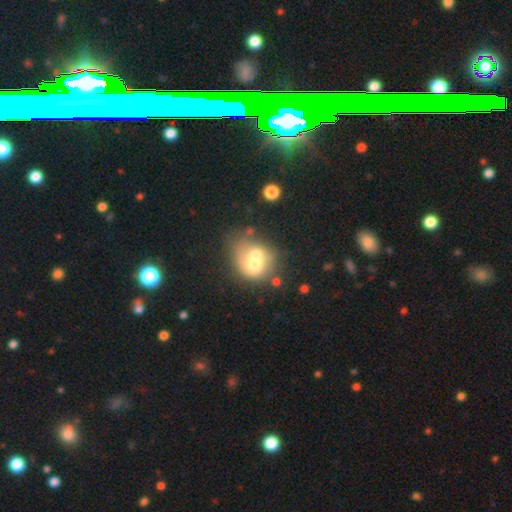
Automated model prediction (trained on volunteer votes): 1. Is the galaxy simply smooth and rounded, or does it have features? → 57% smooth, 34% featured or disk, 10% star or artifact.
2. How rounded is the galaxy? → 60% round, 39% in between, 1% cigar-shaped.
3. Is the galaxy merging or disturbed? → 66% merger, 19% none, 8% minor disturbance, 7% major disturbance.